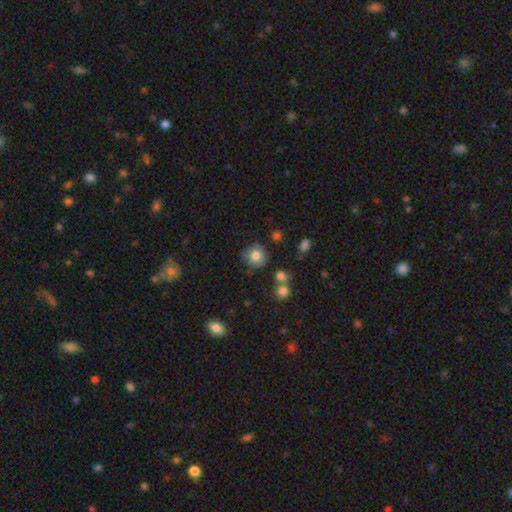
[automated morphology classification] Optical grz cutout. It shows a smooth galaxy with no disk features (78%) that is round (88%). Merging: none (77%).